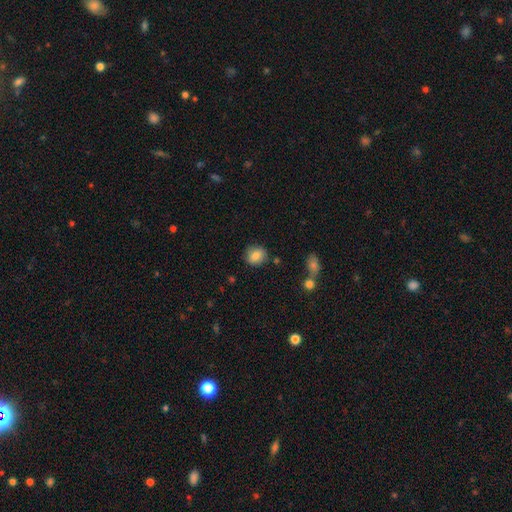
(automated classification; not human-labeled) A smooth galaxy with no disk features (83%) that is round (76%).

Vote fractions:
- Smooth or featured? smooth: 83% / star or artifact: 9% / featured or disk: 8%
- How rounded? round: 76% / in between: 23% / cigar-shaped: 1%
- Merging? none: 83% / minor disturbance: 11% / merger: 3% / major disturbance: 3%